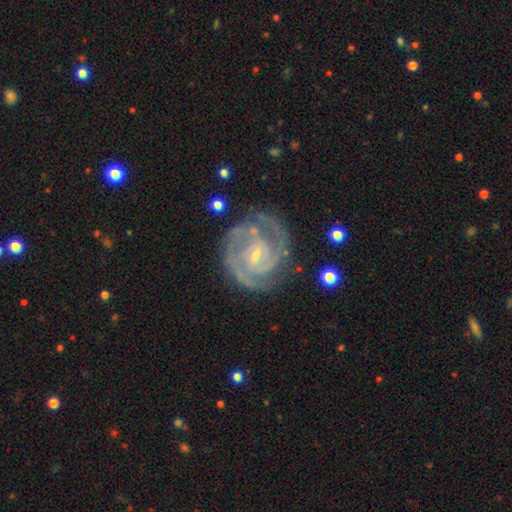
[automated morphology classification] smooth_or_featured: featured or disk (p=0.89) [alt: smooth p=0.06]
disk_edge_on: no (p=0.98) [alt: yes p=0.02]
bar: no (p=0.44) [alt: weak p=0.42]
has_spiral_arms: yes (p=0.97) [alt: no p=0.03]
spiral_winding: tight (p=0.65) [alt: medium p=0.30]
spiral_arm_count: 2 (p=0.50) [alt: 3 p=0.23]
bulge_size: small (p=0.80) [alt: moderate p=0.16]
merging: none (p=0.72) [alt: minor disturbance p=0.18]